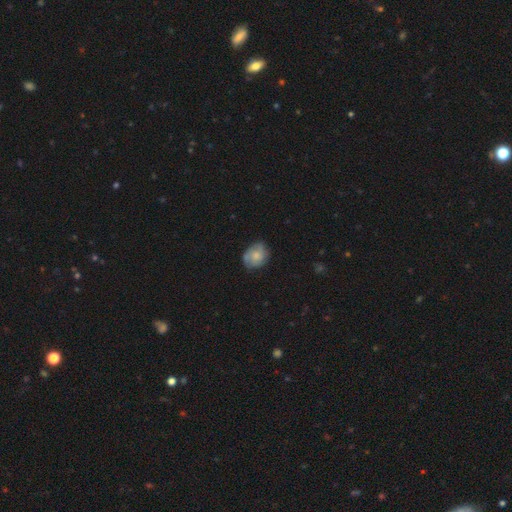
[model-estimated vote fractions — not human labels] smooth 62%, featured or disk 31%, star or artifact 7%. Down the decision tree: how rounded — round (54%); merging — none (68%).